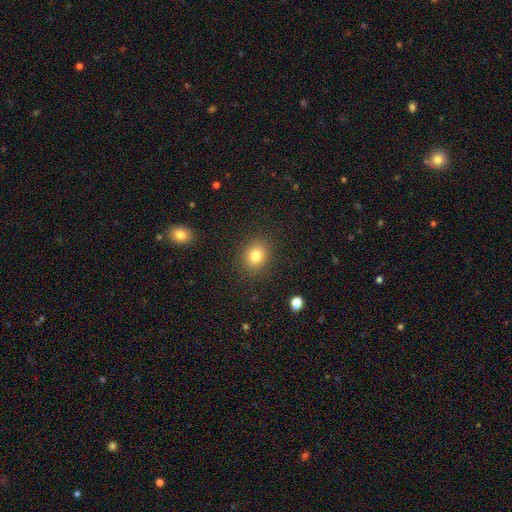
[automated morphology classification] A smooth galaxy with no disk features (80%) that is round (72%). Merging: none (88%).